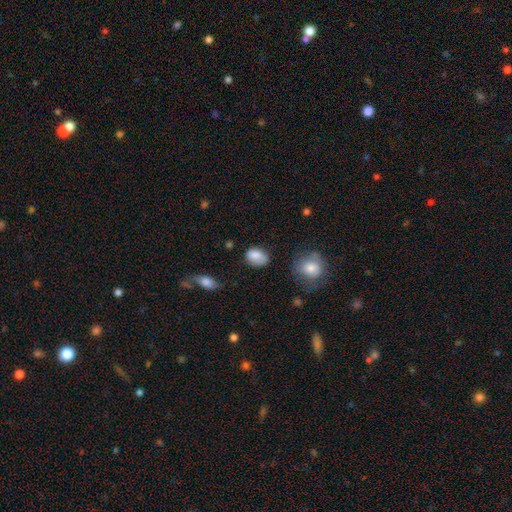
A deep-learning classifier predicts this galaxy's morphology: Smooth or featured? Predicted: smooth (p=0.84). How rounded? Predicted: in between (p=0.76). Merging? Predicted: none (p=0.68).